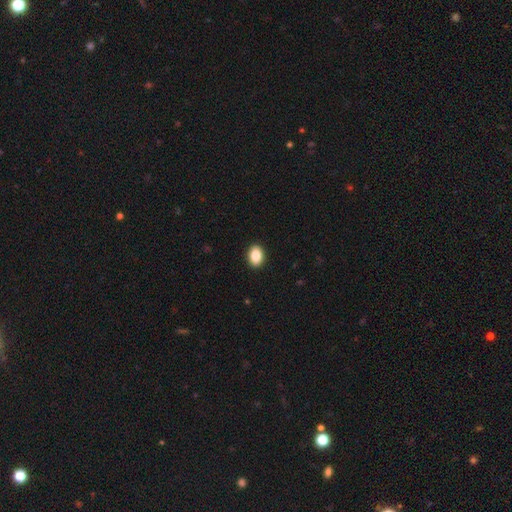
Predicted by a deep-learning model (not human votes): The model was most divided on "how rounded": in between: 78%, round: 21%, cigar-shaped: 1%. More confident: merging — none (92%); smooth or featured — smooth (87%).